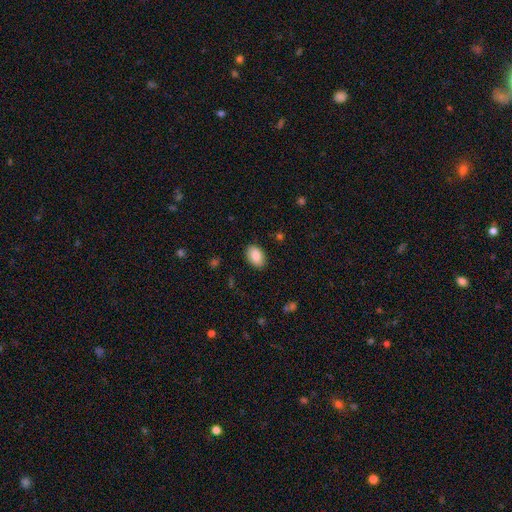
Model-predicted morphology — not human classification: Smooth or featured?
  - smooth: 88% *
  - star or artifact: 7%
  - featured or disk: 6%
How rounded?
  - in between: 89% *
  - round: 9%
  - cigar-shaped: 1%
Merging?
  - none: 87% *
  - minor disturbance: 10%
  - major disturbance: 2%
  - merger: 1%